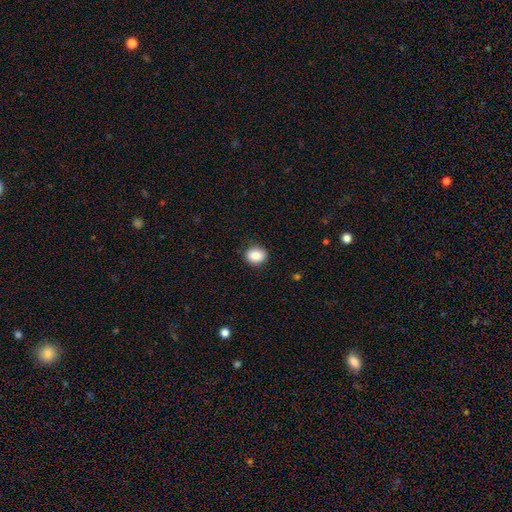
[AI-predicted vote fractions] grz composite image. It shows a smooth galaxy with no disk features (87%) that is round (56%). Merging: none (89%).